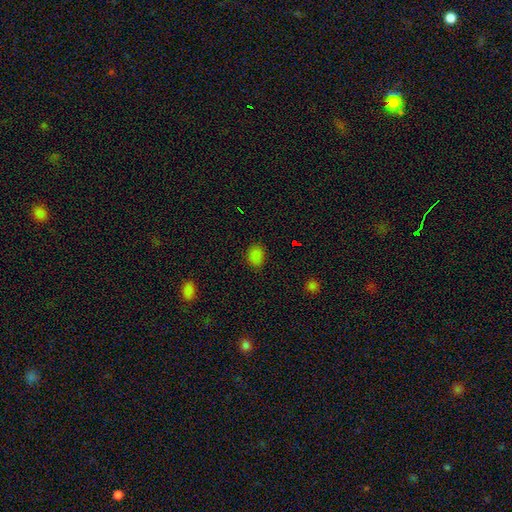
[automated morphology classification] A smooth galaxy with no disk features (81%) that is in between round and cigar-shaped (55%).

Vote fractions:
- Smooth or featured? smooth: 81% / star or artifact: 16% / featured or disk: 4%
- How rounded? in between: 55% / round: 44% / cigar-shaped: 1%
- Merging? none: 85% / minor disturbance: 11% / major disturbance: 3% / merger: 1%